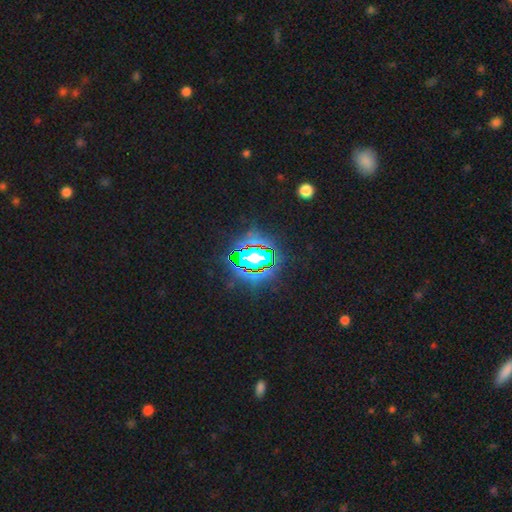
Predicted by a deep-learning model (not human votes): The model was most divided on "smooth or featured": star or artifact: 82%, smooth: 10%, featured or disk: 8%.